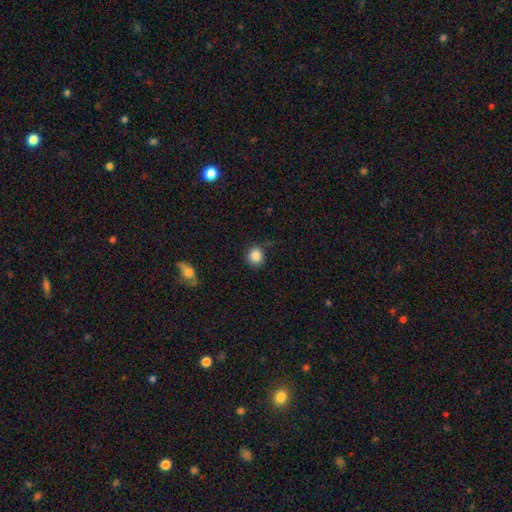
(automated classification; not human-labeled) Morphology: type=smooth (85%); roundness=round (88%); merging=none (86%).